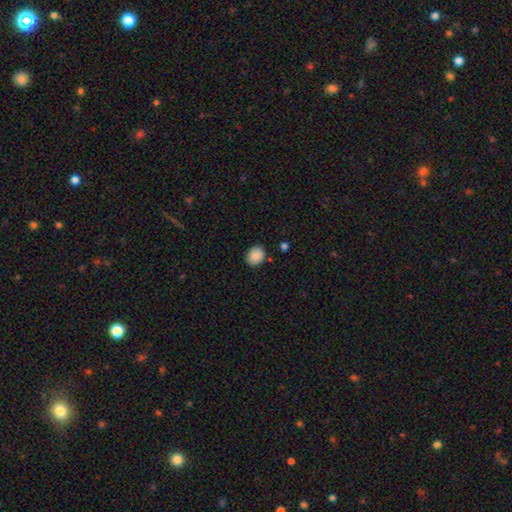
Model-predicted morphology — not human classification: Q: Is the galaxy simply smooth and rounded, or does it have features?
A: smooth — 88%.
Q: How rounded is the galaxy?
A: round — 59%.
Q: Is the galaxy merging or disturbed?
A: none — 86%.